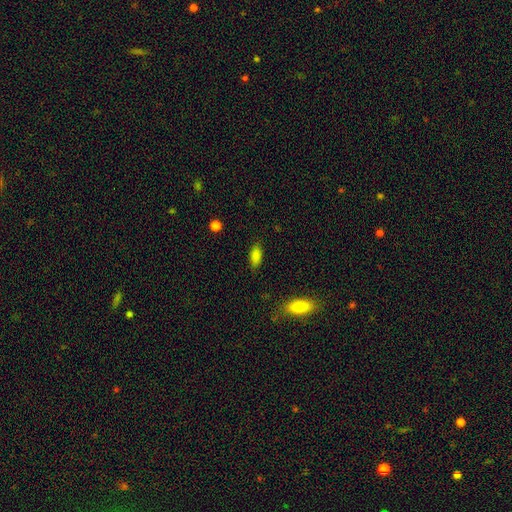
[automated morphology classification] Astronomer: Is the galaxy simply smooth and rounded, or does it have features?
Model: smooth — 85%.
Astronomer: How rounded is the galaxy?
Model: in between — 88%.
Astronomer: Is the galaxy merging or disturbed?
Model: none — 83%.